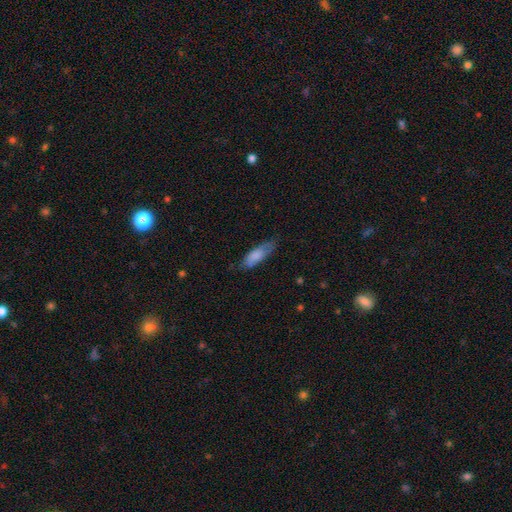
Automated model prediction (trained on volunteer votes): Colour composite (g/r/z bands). It shows a smooth galaxy with no disk features (79%) that is in between round and cigar-shaped (56%). Merging: none (64%).